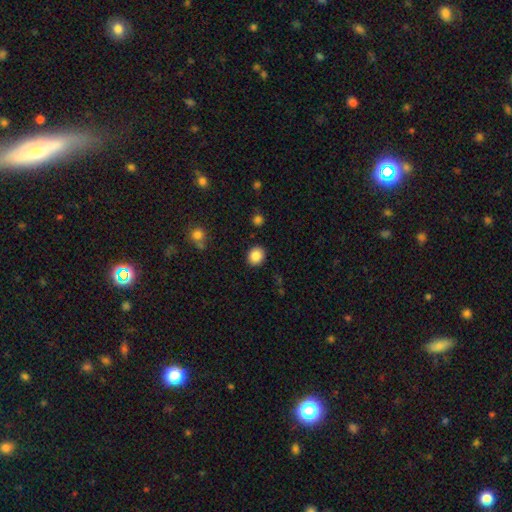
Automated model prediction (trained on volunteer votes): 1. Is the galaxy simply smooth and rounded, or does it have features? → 86% smooth, 9% star or artifact, 4% featured or disk.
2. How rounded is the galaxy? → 75% round, 24% in between, 1% cigar-shaped.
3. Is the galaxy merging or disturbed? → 89% none, 7% minor disturbance, 2% major disturbance, 2% merger.